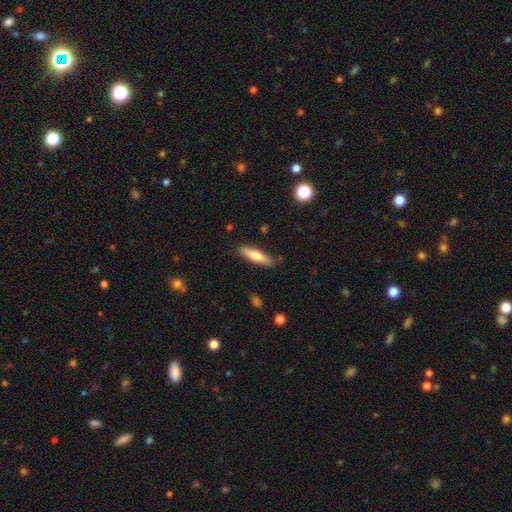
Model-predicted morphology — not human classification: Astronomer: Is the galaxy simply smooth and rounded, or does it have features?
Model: smooth — 67%.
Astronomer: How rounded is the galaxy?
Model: cigar-shaped — 66%.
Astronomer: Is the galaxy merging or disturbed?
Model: none — 86%.